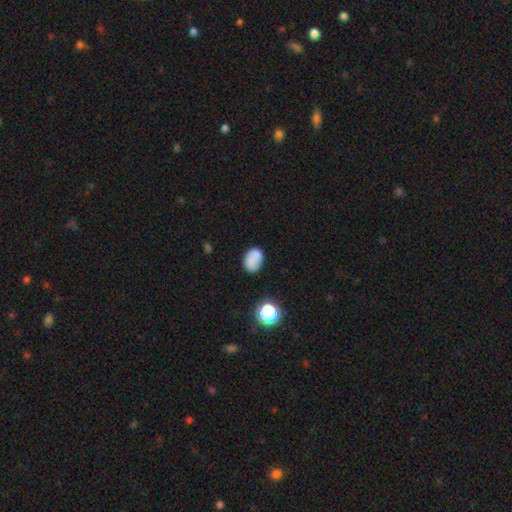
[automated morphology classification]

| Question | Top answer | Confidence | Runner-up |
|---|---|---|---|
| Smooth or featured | smooth | 73% | featured or disk (15%) |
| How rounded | in between | 72% | round (27%) |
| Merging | none | 66% | minor disturbance (20%) |